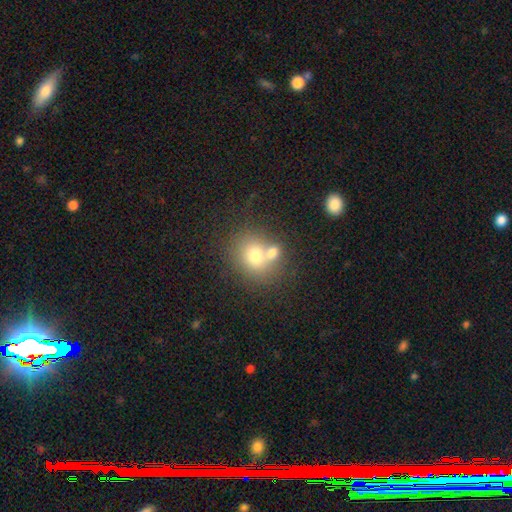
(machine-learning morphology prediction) Smooth or featured?
  - smooth: 71% *
  - featured or disk: 17%
  - star or artifact: 12%
How rounded?
  - round: 70% *
  - in between: 29%
  - cigar-shaped: 1%
Merging?
  - merger: 45% *
  - none: 42%
  - minor disturbance: 9%
  - major disturbance: 4%